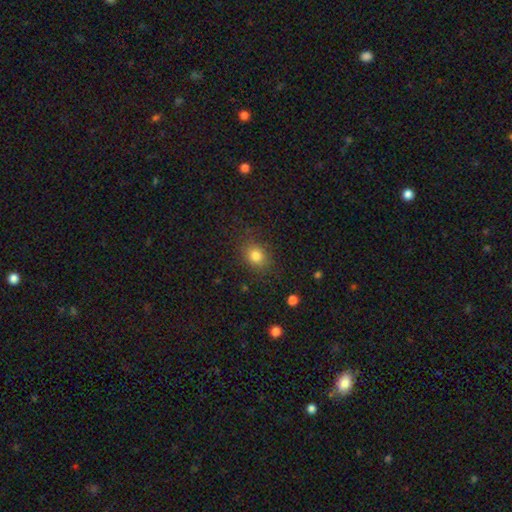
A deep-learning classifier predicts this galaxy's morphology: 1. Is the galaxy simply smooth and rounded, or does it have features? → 81% smooth, 12% star or artifact, 7% featured or disk.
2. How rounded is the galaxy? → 60% round, 39% in between, 1% cigar-shaped.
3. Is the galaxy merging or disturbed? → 82% none, 12% minor disturbance, 4% major disturbance, 1% merger.